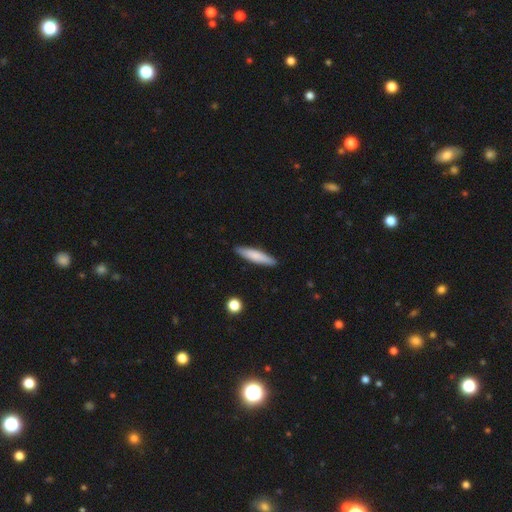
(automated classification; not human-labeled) The model was most divided on "smooth or featured": smooth: 76%, featured or disk: 18%, star or artifact: 6%. More confident: merging — none (89%); how rounded — cigar-shaped (85%).